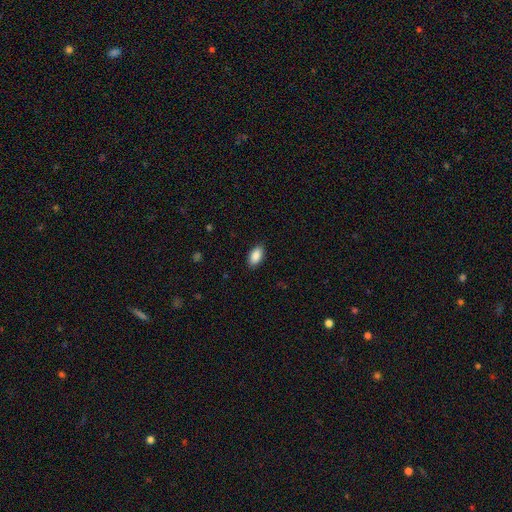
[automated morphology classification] A smooth galaxy with no disk features (90%) that is in between round and cigar-shaped (94%). Merging: none (89%).